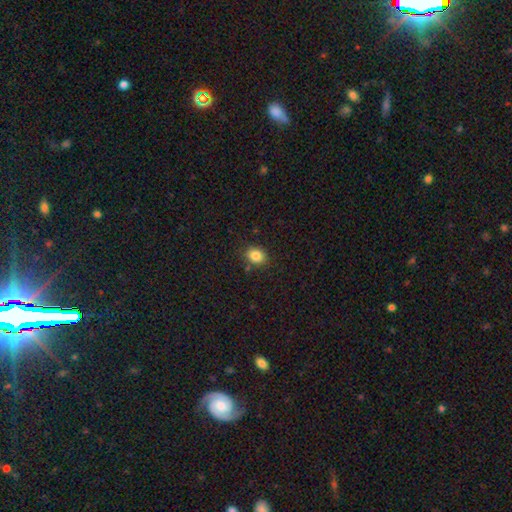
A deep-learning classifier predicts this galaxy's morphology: type=smooth (85%); roundness=round (50%, tied with in between); merging=none (85%).